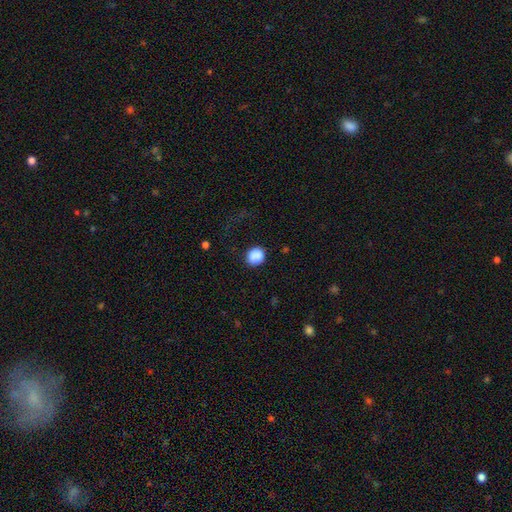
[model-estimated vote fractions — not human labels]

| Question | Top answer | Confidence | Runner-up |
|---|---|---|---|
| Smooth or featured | smooth | 85% | star or artifact (9%) |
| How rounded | round | 82% | in between (17%) |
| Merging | none | 69% | minor disturbance (17%) |